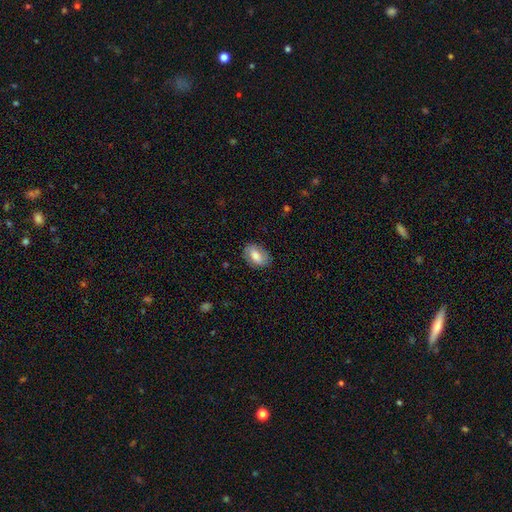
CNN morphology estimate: smooth_or_featured: smooth (p=0.63) [alt: featured or disk p=0.30]
how_rounded: in between (p=0.87) [alt: round p=0.12]
merging: none (p=0.81) [alt: minor disturbance p=0.14]